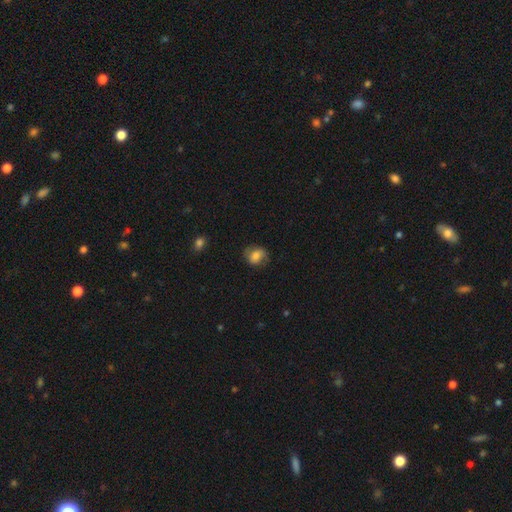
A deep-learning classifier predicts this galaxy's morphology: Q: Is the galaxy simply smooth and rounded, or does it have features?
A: smooth — 65%.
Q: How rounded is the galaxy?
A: round — 51%.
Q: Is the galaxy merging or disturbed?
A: none — 69%.